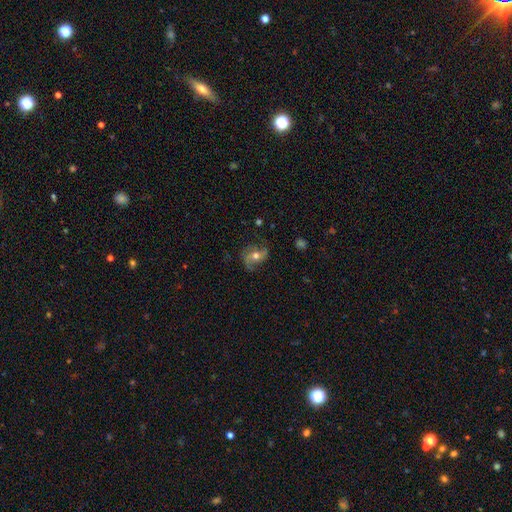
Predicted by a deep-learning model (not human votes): smooth-or-featured: featured or disk: 70% | smooth: 20% | star or artifact: 9%
  disk-edge-on: no: 96% | yes: 4%
    bar: no: 56% | weak: 30% | strong: 14%
    has-spiral-arms: yes: 90% | no: 10%
      spiral-winding: loose: 50% | medium: 38% | tight: 12%
      spiral-arm-count: 2: 75% | 3: 9% | can't tell: 8% | 1: 5% | 4: 2% | more than 4: 2%
    bulge-size: moderate: 72% | small: 17% | large: 8% | none: 1% | dominant: 1%
  merging: none: 65% | minor disturbance: 21% | major disturbance: 12% | merger: 2%